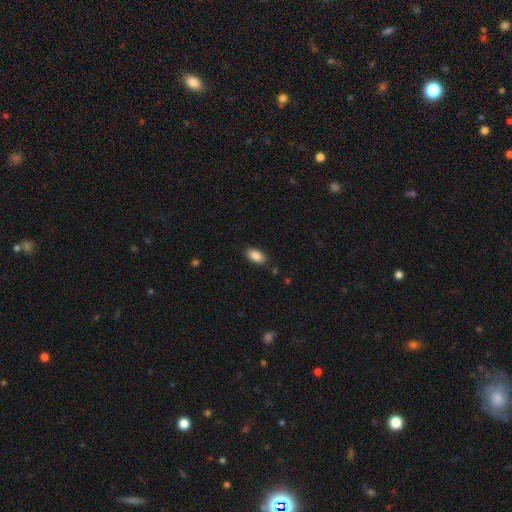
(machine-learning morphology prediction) Smooth or featured? Predicted: smooth (p=0.88). How rounded? Predicted: in between (p=0.93). Merging? Predicted: none (p=0.86).